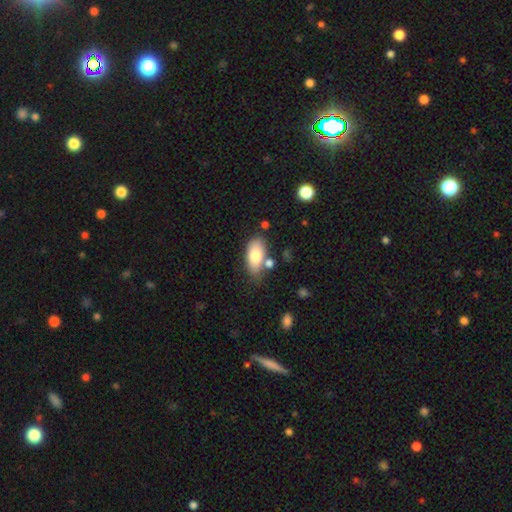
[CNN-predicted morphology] Smooth or featured? smooth (77%)
How rounded? in between (91%)
Merging? none (63%)